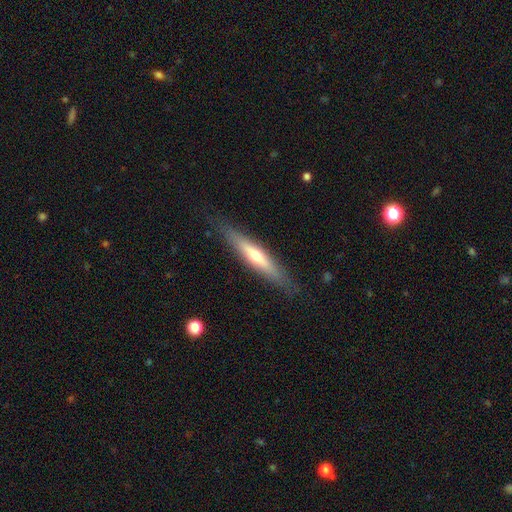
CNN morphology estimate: type=featured or disk (52%); edge-on=yes (91%); merging=none (86%).